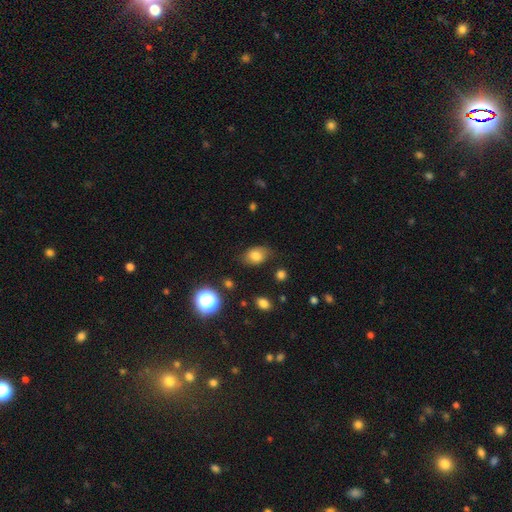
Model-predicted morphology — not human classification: smooth 76%, featured or disk 12%, star or artifact 12%. Down the decision tree: how rounded — in between (76%); merging — none (68%).